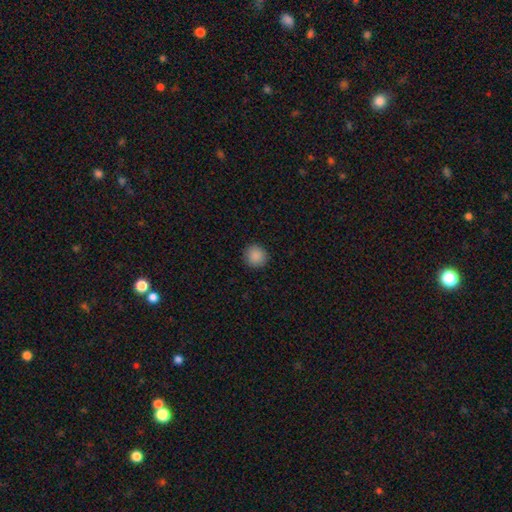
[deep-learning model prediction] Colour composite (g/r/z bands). It shows a smooth galaxy with no disk features (88%) that is round (94%). Merging: none (92%).